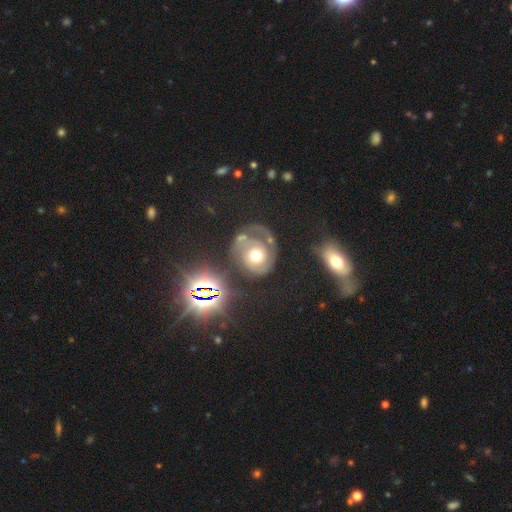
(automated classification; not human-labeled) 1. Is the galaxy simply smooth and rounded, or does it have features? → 66% featured or disk, 21% smooth, 13% star or artifact.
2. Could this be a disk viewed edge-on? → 97% no, 3% yes.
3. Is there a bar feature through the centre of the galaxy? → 81% no, 15% weak, 4% strong.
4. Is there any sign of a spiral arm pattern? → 80% yes, 20% no.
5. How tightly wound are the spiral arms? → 50% tight, 35% medium, 16% loose.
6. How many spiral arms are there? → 48% 1, 34% 2, 12% can't tell, 3% 3, 2% 4, 2% more than 4.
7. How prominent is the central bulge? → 65% moderate, 22% large, 9% small, 3% dominant, 1% none.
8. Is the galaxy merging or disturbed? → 45% none, 28% major disturbance, 19% minor disturbance, 9% merger.